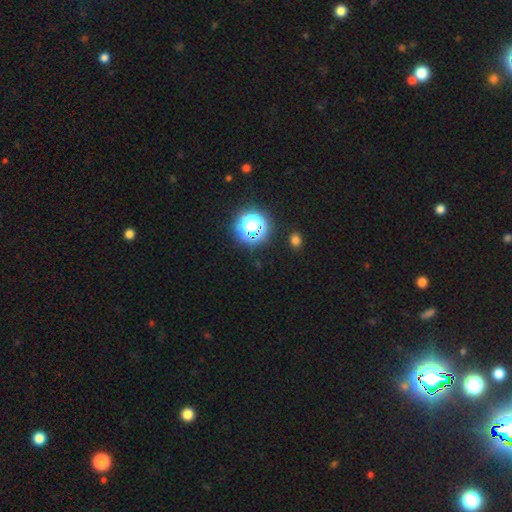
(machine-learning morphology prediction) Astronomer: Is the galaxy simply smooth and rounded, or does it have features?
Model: star or artifact — 77%.